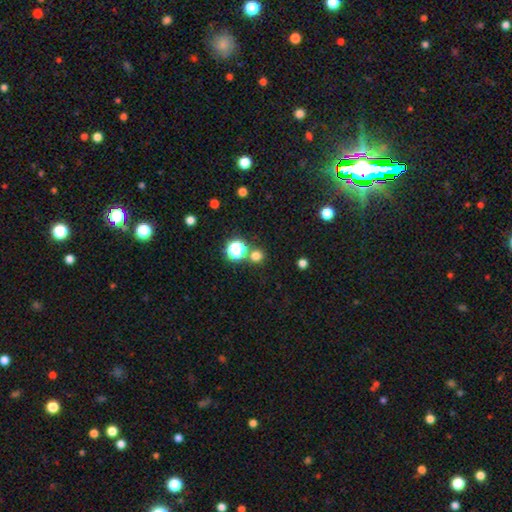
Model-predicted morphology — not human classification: A smooth galaxy with no disk features (72%) that is round (91%). Merging: none (77%).